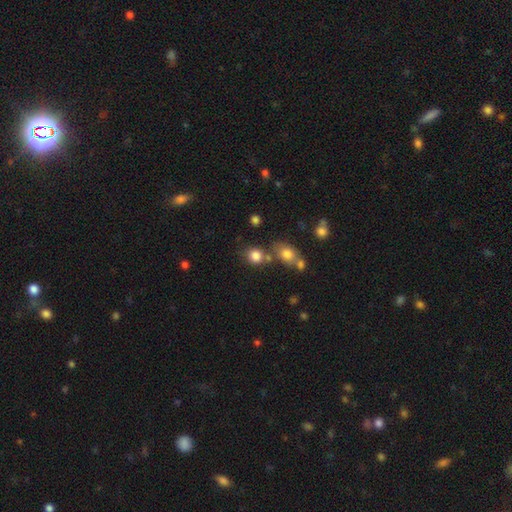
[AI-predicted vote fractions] Smooth or featured? smooth (81%)
How rounded? round (77%)
Merging? none (62%)